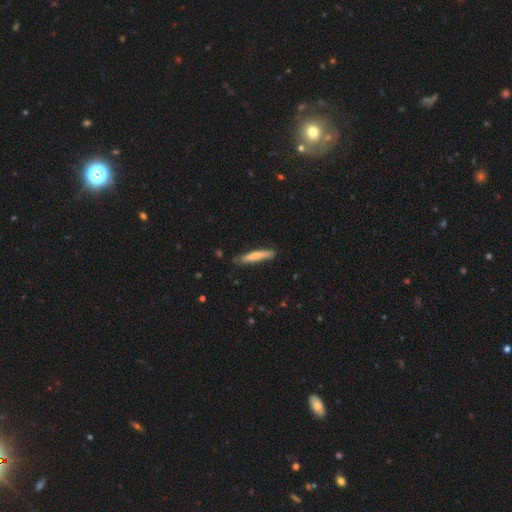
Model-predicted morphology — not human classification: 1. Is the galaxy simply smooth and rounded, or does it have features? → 69% smooth, 26% featured or disk, 5% star or artifact.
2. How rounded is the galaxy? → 92% cigar-shaped, 7% in between, 1% round.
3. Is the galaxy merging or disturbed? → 80% none, 16% minor disturbance, 2% major disturbance, 2% merger.